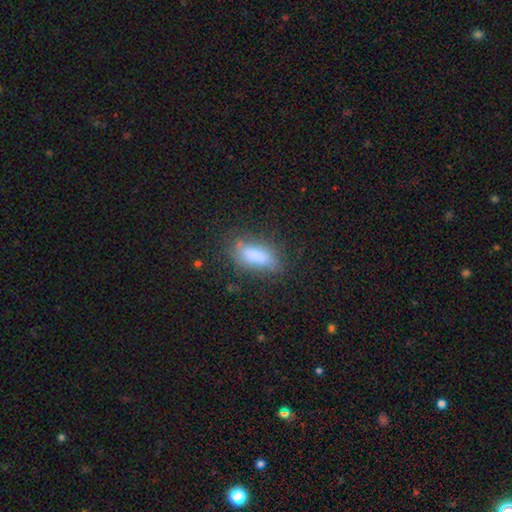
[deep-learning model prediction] Smooth or featured: smooth — 78% (featured or disk — 13%)
How rounded: in between — 77% (cigar-shaped — 20%)
Merging: none — 64% (minor disturbance — 23%)